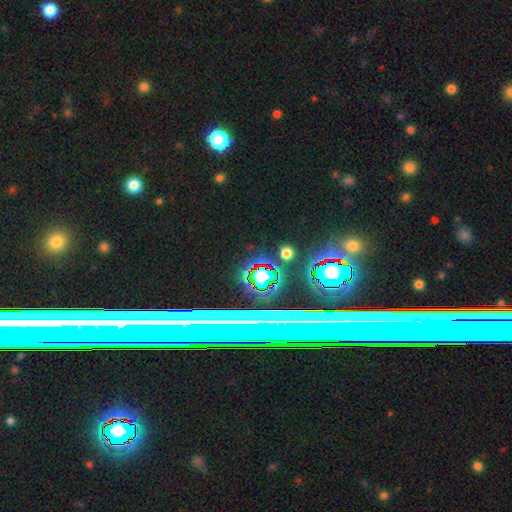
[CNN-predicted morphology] Smooth or featured: star or artifact — 65% (featured or disk — 21%)